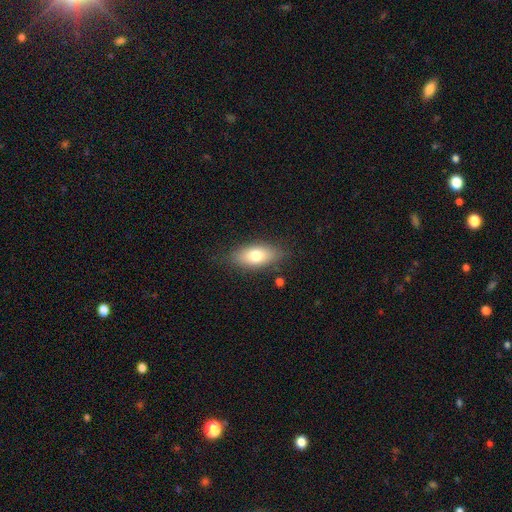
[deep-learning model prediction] Q: Smooth or featured?
A: smooth (75%); runner-up: featured or disk (18%)
Q: How rounded?
A: in between (85%); runner-up: cigar-shaped (10%)
Q: Merging?
A: none (81%); runner-up: minor disturbance (13%)